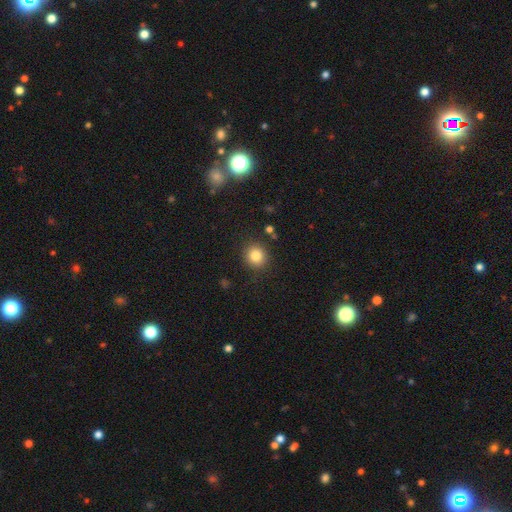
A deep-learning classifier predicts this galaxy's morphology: A smooth galaxy with no disk features (83%) that is round (89%). Merging: none (89%).